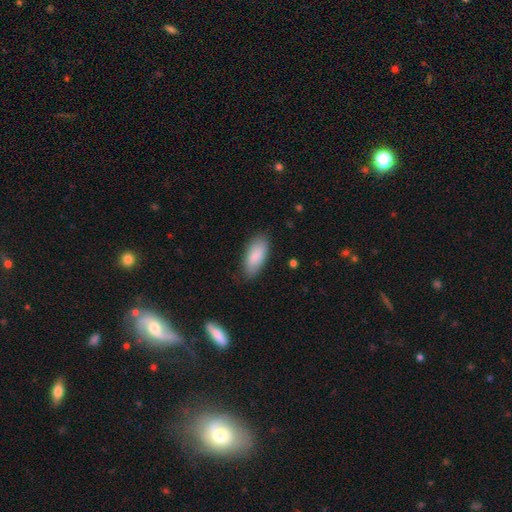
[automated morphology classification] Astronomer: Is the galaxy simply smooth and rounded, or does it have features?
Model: smooth — 87%.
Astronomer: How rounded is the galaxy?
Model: in between — 85%.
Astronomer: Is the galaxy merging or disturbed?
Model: none — 81%.